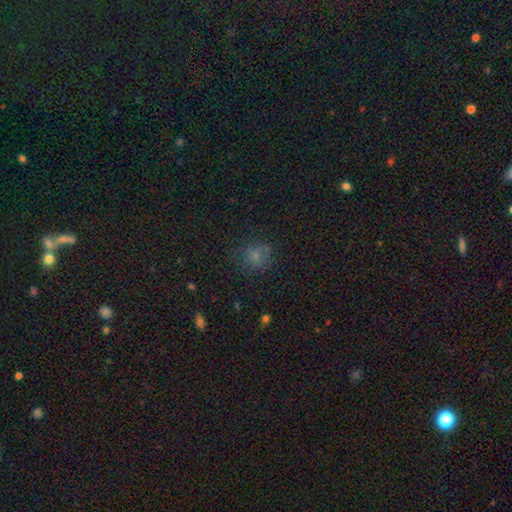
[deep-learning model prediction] Morphology: type=smooth (71%); roundness=round (83%); merging=none (73%).